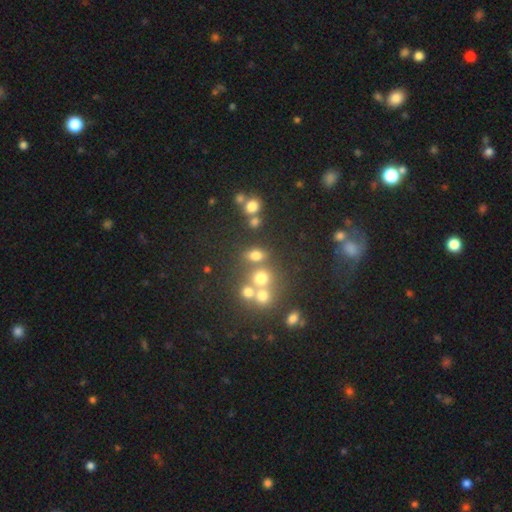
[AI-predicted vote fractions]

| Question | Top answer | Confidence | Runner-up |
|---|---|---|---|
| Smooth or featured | smooth | 69% | star or artifact (18%) |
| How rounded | in between | 58% | round (38%) |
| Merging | none | 61% | merger (22%) |